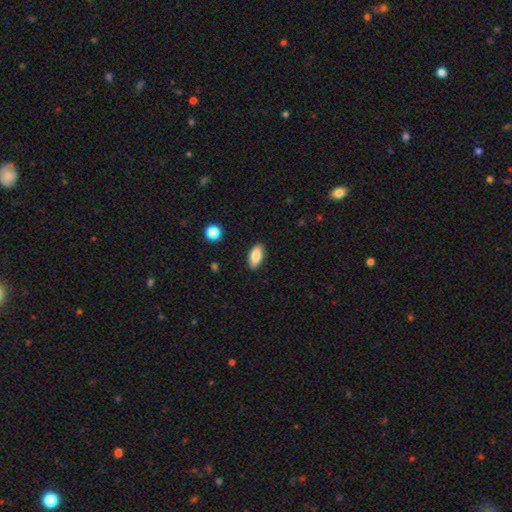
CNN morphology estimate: A smooth galaxy with no disk features (83%) that is in between round and cigar-shaped (88%). Merging: none (88%).